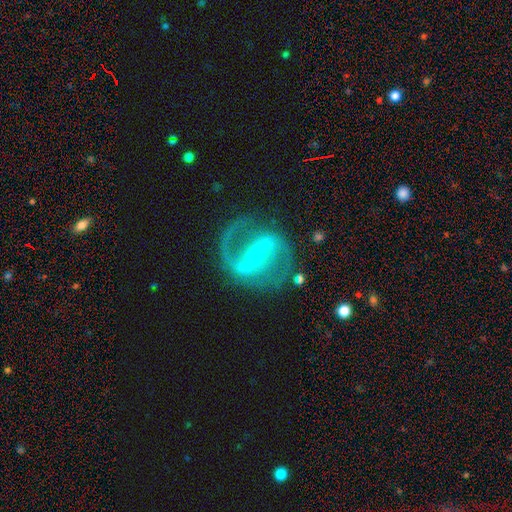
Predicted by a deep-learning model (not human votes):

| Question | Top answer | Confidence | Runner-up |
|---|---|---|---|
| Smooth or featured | featured or disk | 89% | star or artifact (5%) |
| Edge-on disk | no | 97% | yes (3%) |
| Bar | strong | 55% | weak (30%) |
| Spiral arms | yes | 95% | no (5%) |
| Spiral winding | medium | 58% | loose (23%) |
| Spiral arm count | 2 | 89% | 1 (4%) |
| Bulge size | small | 67% | moderate (29%) |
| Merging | none | 75% | minor disturbance (14%) |